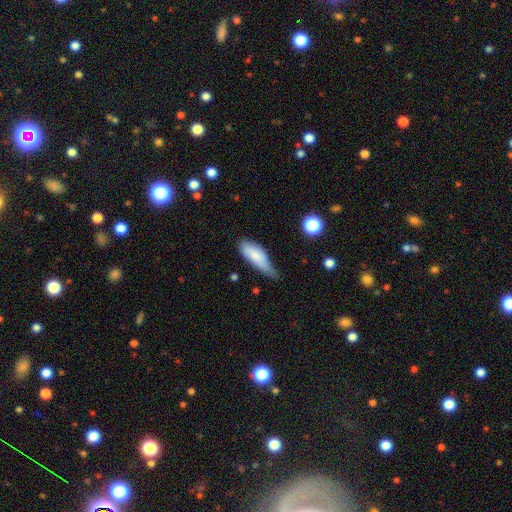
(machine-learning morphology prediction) Smooth or featured: smooth — 80% (featured or disk — 14%)
How rounded: in between — 67% (cigar-shaped — 31%)
Merging: minor disturbance — 50% (none — 34%)